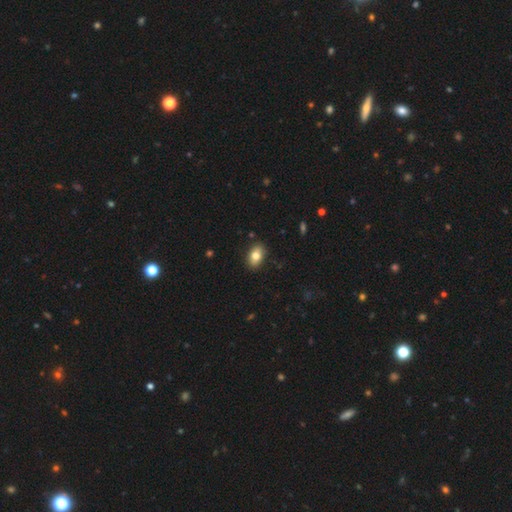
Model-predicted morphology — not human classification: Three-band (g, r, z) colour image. It shows a smooth galaxy with no disk features (80%) that is in between round and cigar-shaped (87%). Merging: none (87%).